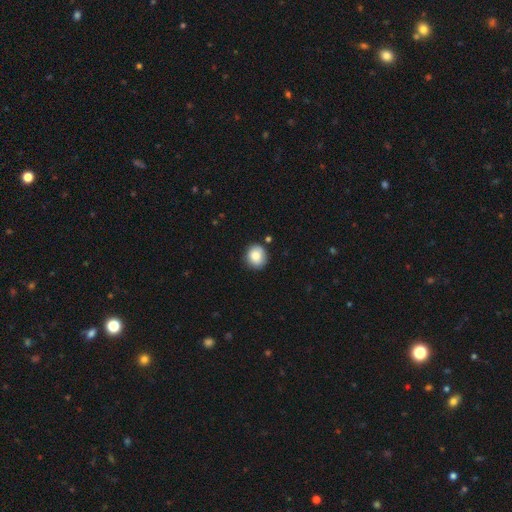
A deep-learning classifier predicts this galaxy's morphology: This is clearly a smooth galaxy (84%). How rounded: clearly round (81%). Merging: clearly none (83%).